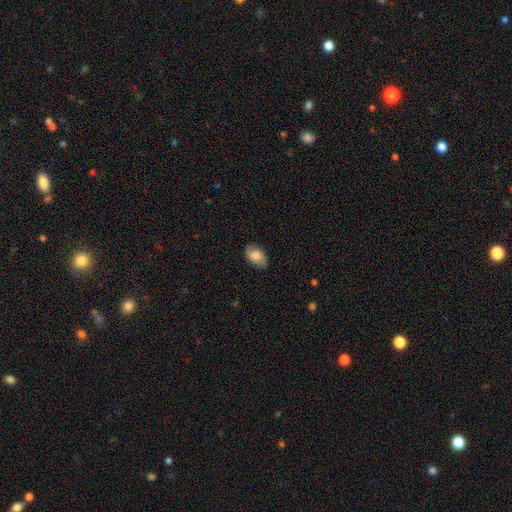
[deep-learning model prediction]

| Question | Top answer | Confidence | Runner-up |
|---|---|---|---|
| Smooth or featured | smooth | 77% | featured or disk (16%) |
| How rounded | in between | 90% | round (9%) |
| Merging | none | 79% | minor disturbance (16%) |